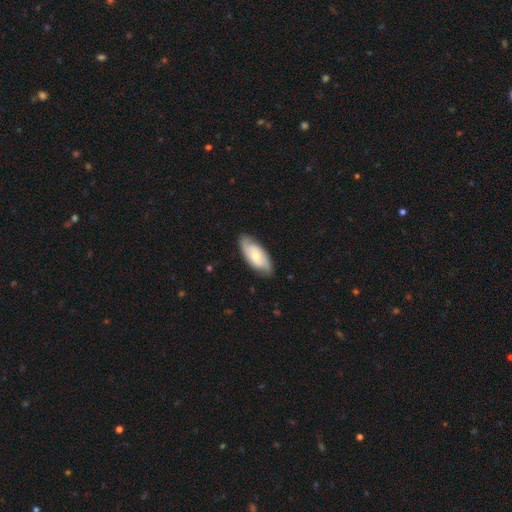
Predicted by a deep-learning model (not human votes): Q: Smooth or featured?
A: featured or disk (50%); runner-up: smooth (45%)
Q: Merging?
A: none (80%); runner-up: minor disturbance (16%)